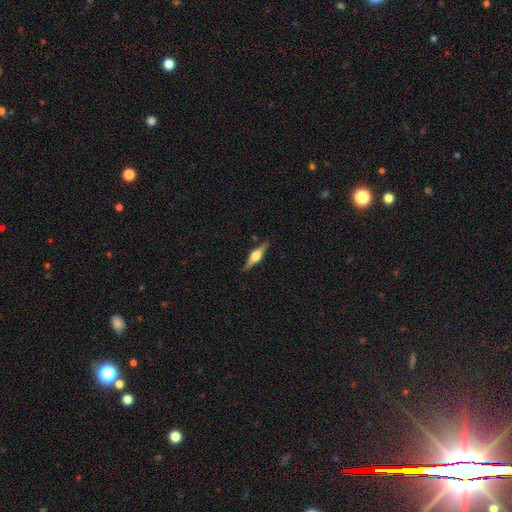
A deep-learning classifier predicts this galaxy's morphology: featured or disk 76%, smooth 19%, star or artifact 6%. Down the decision tree: edge-on disk — yes (98%); edge-on bulge — rounded (91%); merging — none (89%).